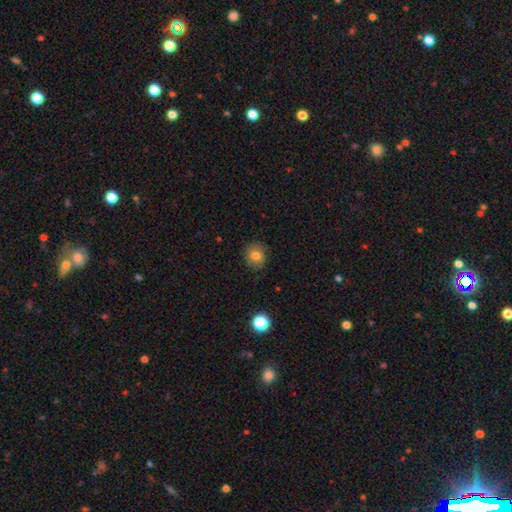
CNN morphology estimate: A smooth galaxy with no disk features (79%) that is round (80%).

Vote fractions:
- Smooth or featured? smooth: 79% / star or artifact: 12% / featured or disk: 9%
- How rounded? round: 80% / in between: 19% / cigar-shaped: 1%
- Merging? none: 84% / minor disturbance: 12% / major disturbance: 3% / merger: 1%